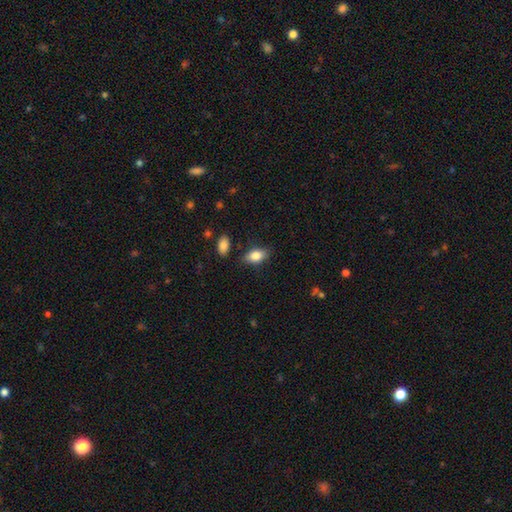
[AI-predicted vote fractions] A smooth galaxy with no disk features (82%) that is in between round and cigar-shaped (89%). Merging: none (81%).